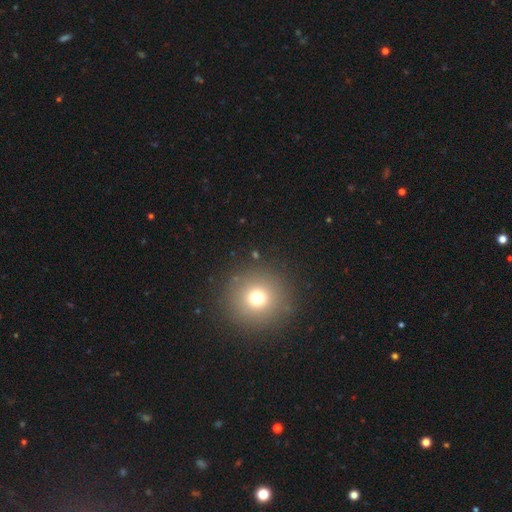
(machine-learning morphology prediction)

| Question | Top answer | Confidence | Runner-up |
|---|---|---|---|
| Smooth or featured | smooth | 67% | star or artifact (23%) |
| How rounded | round | 94% | in between (5%) |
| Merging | none | 90% | minor disturbance (5%) |